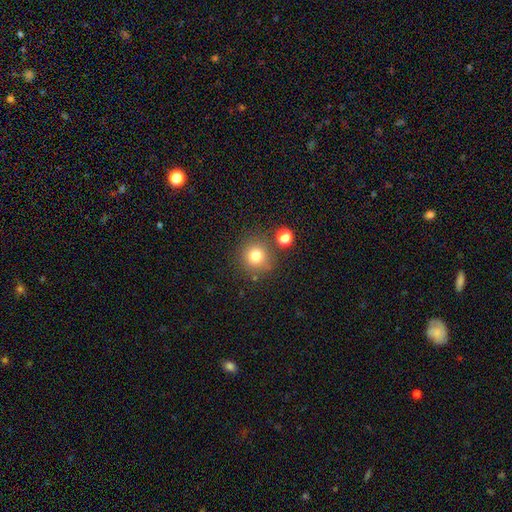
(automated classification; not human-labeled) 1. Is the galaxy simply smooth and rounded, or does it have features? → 79% smooth, 13% star or artifact, 8% featured or disk.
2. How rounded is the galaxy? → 92% round, 7% in between, 1% cigar-shaped.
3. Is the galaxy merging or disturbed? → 80% none, 10% minor disturbance, 7% merger, 4% major disturbance.